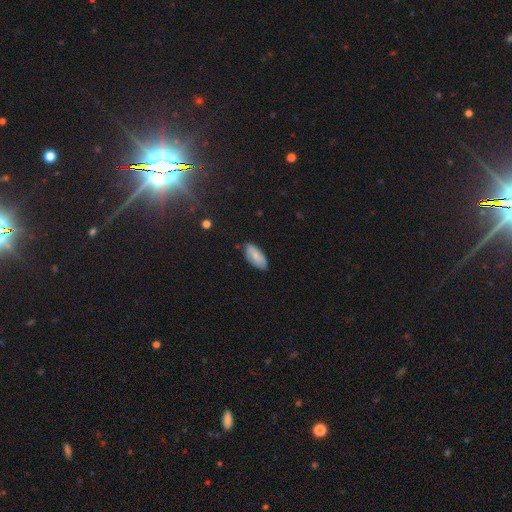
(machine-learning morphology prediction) type=smooth (79%); roundness=in between (88%); merging=none (78%).